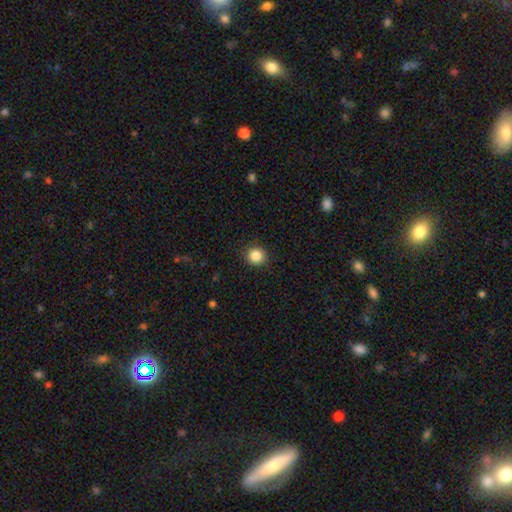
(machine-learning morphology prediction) Q: Smooth or featured?
A: smooth (86%); runner-up: star or artifact (10%)
Q: How rounded?
A: round (91%); runner-up: in between (8%)
Q: Merging?
A: none (91%); runner-up: minor disturbance (6%)